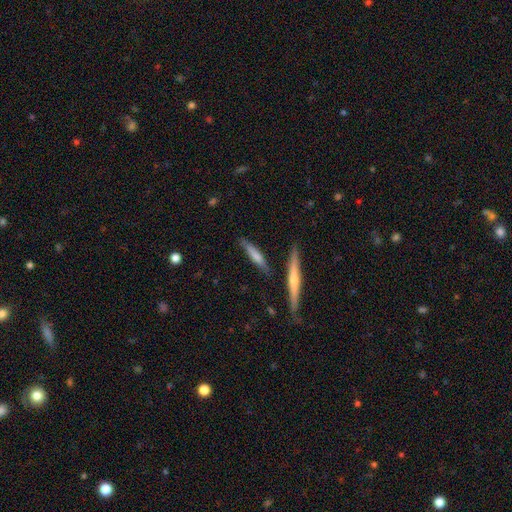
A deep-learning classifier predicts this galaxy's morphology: Smooth or featured: smooth — 61% (featured or disk — 33%)
How rounded: cigar-shaped — 86% (in between — 12%)
Merging: none — 77% (minor disturbance — 14%)